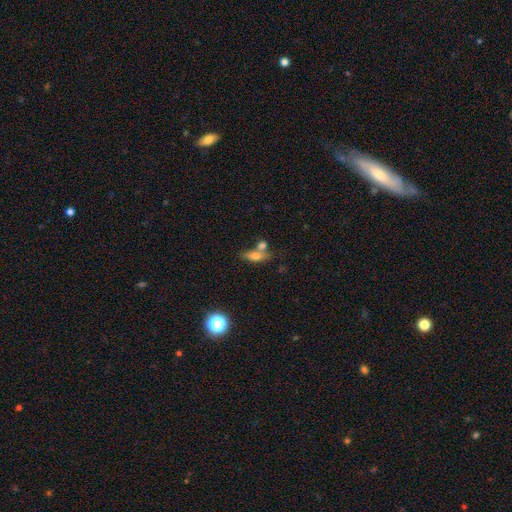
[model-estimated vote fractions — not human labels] A smooth galaxy with no disk features (61%) that is in between round and cigar-shaped (55%).

Vote fractions:
- Smooth or featured? smooth: 61% / featured or disk: 28% / star or artifact: 11%
- How rounded? in between: 55% / cigar-shaped: 38% / round: 7%
- Merging? none: 47% / merger: 34% / minor disturbance: 13% / major disturbance: 6%